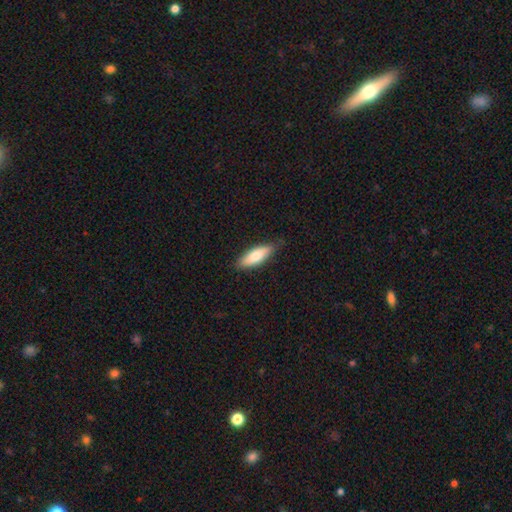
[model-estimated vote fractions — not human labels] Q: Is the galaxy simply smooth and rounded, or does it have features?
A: smooth — 72%.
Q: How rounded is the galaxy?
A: in between — 61%.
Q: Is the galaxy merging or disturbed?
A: none — 80%.